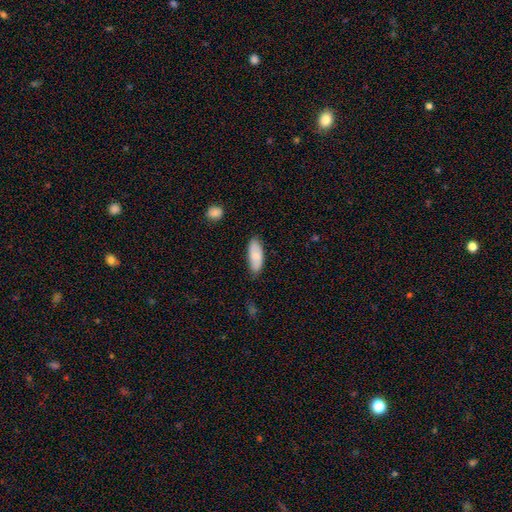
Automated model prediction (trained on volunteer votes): This is likely a smooth galaxy (79%). How rounded: likely in between (78%). Merging: clearly none (81%).